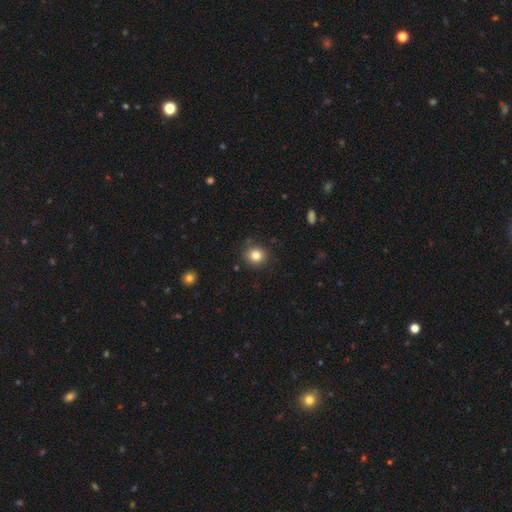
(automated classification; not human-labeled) Smooth or featured?
  - smooth: 83% *
  - star or artifact: 11%
  - featured or disk: 6%
How rounded?
  - round: 84% *
  - in between: 15%
  - cigar-shaped: 1%
Merging?
  - none: 85% *
  - minor disturbance: 11%
  - major disturbance: 3%
  - merger: 2%